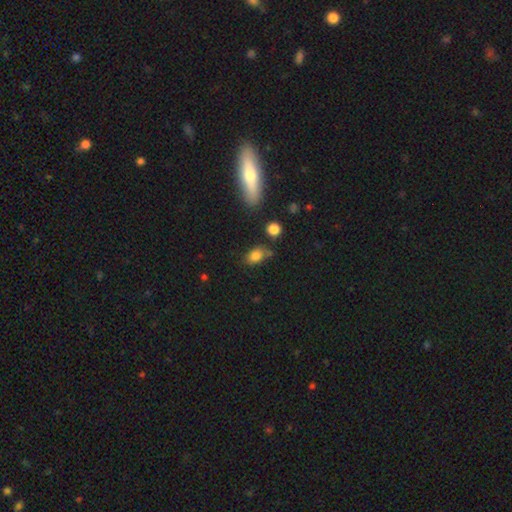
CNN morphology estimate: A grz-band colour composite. It shows a smooth galaxy with no disk features (81%) that is in between round and cigar-shaped (80%). Merging: none (62%).